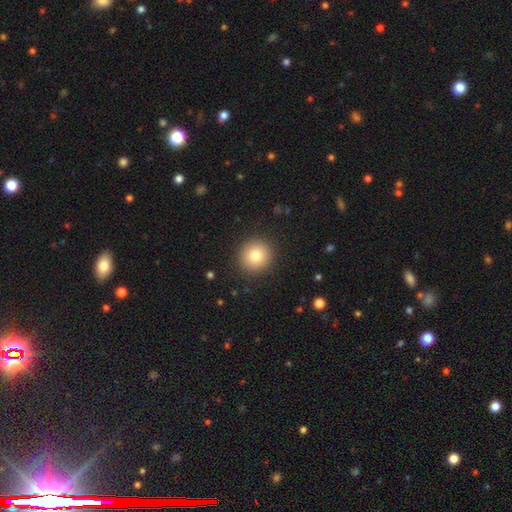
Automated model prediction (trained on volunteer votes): smooth_or_featured: smooth (p=0.81) [alt: star or artifact p=0.10]
how_rounded: round (p=0.93) [alt: in between p=0.06]
merging: none (p=0.91) [alt: minor disturbance p=0.06]